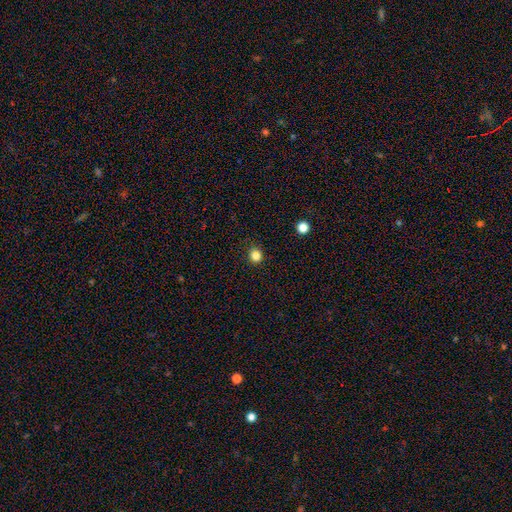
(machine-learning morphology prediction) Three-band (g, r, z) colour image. It shows a smooth galaxy with no disk features (84%) that is round (87%). Merging: none (91%).